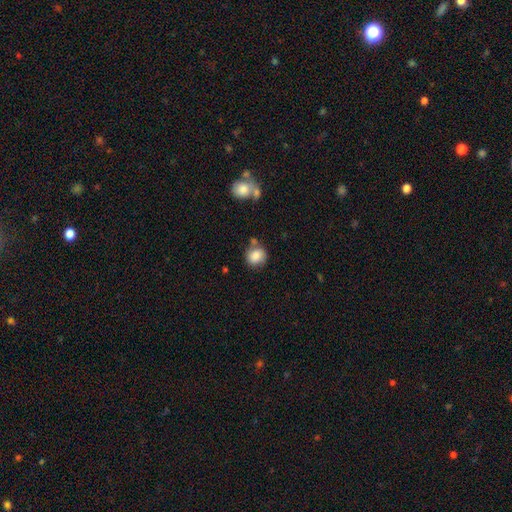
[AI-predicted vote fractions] smooth 82%, featured or disk 9%, star or artifact 9%. Down the decision tree: how rounded — round (83%); merging — none (67%).